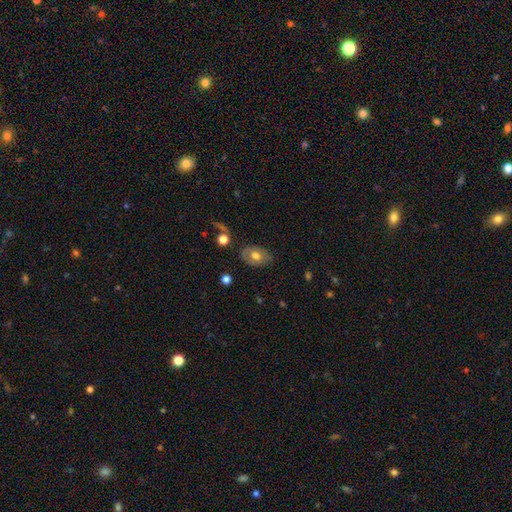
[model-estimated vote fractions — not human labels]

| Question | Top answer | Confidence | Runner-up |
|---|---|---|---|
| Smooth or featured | smooth | 63% | featured or disk (29%) |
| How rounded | in between | 80% | round (18%) |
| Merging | none | 78% | minor disturbance (16%) |